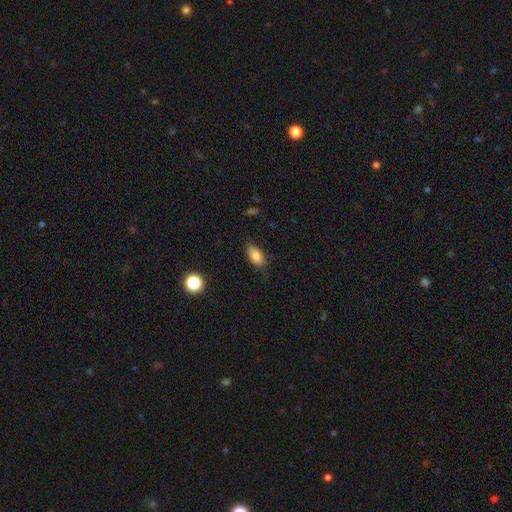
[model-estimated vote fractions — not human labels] Smooth or featured: smooth — 84% (star or artifact — 8%)
How rounded: in between — 88% (cigar-shaped — 8%)
Merging: none — 82% (minor disturbance — 14%)